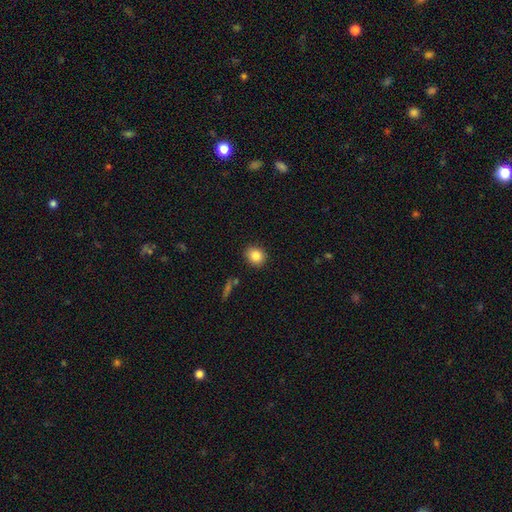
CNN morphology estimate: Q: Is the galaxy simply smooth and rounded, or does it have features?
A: smooth — 84%.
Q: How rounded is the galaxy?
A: round — 74%.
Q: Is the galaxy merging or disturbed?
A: none — 88%.